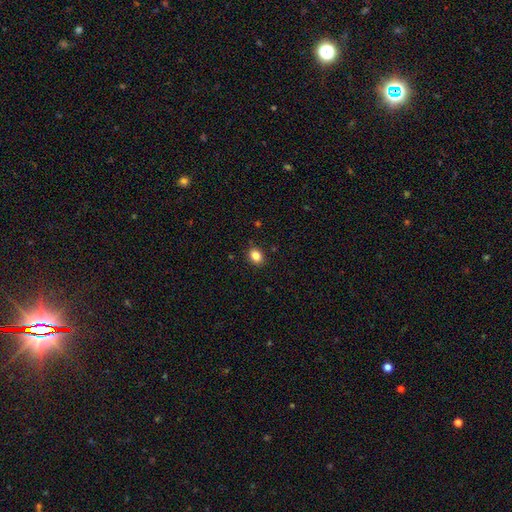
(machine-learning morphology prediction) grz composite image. It shows a smooth galaxy with no disk features (85%) that is in between round and cigar-shaped (62%). Merging: none (89%).